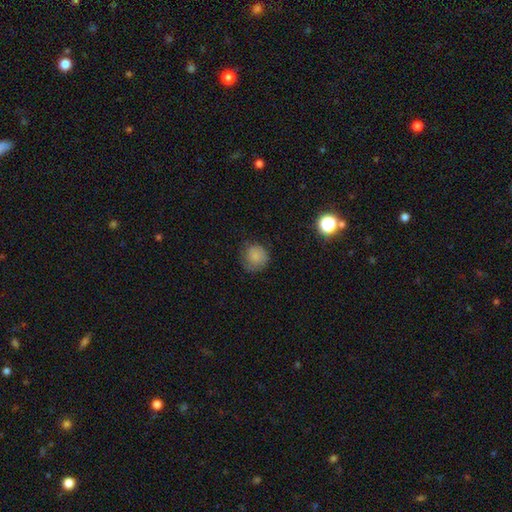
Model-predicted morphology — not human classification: A smooth galaxy with no disk features (76%) that is round (88%). Merging: none (66%).